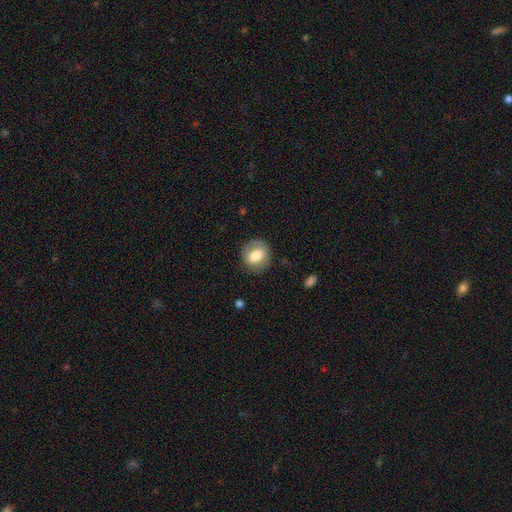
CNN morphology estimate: Q: Smooth or featured?
A: smooth (67%); runner-up: featured or disk (26%)
Q: How rounded?
A: round (68%); runner-up: in between (31%)
Q: Merging?
A: none (80%); runner-up: minor disturbance (14%)